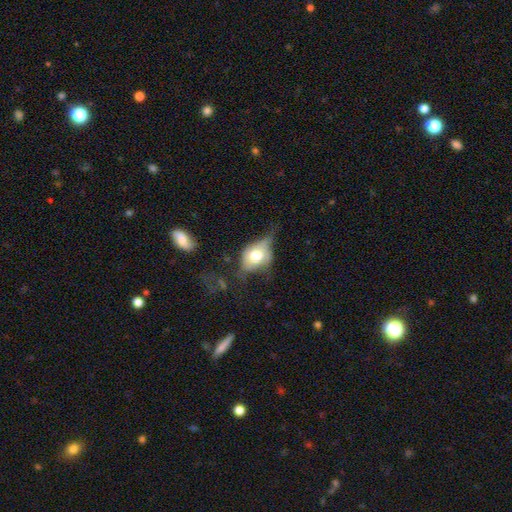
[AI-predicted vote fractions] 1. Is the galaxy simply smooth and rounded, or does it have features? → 52% smooth, 39% featured or disk, 9% star or artifact.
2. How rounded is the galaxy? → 61% in between, 35% round, 3% cigar-shaped.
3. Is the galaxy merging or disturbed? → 34% major disturbance, 31% minor disturbance, 30% none, 5% merger.